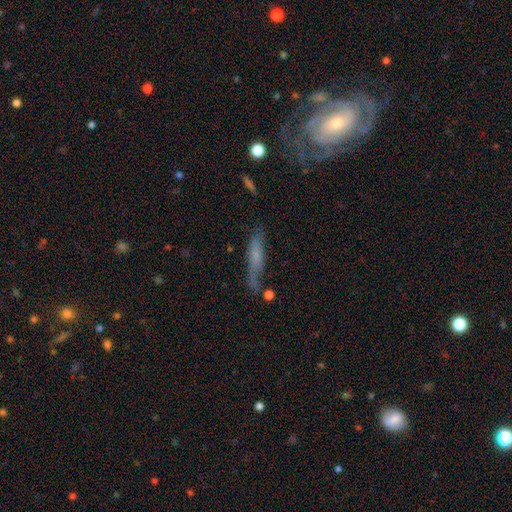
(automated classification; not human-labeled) smooth-or-featured: smooth: 47% | featured or disk: 42% | star or artifact: 10%
  merging: none: 58% | minor disturbance: 24% | major disturbance: 11% | merger: 6%